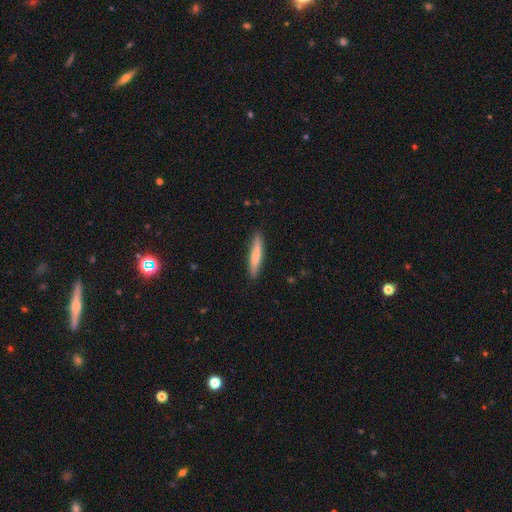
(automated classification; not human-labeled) Smooth or featured? Predicted: smooth (p=0.69). How rounded? Predicted: cigar-shaped (p=0.88). Merging? Predicted: none (p=0.86).